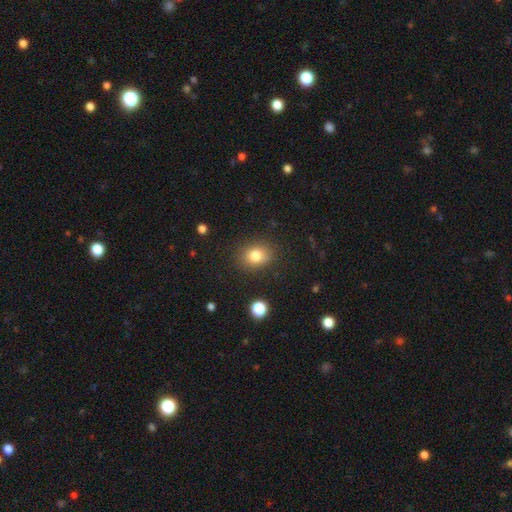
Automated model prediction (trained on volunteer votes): Smooth or featured?
  - smooth: 80% *
  - star or artifact: 12%
  - featured or disk: 8%
How rounded?
  - round: 50% *
  - in between: 49%
  - cigar-shaped: 1%
Merging?
  - none: 84% *
  - minor disturbance: 11%
  - major disturbance: 3%
  - merger: 2%